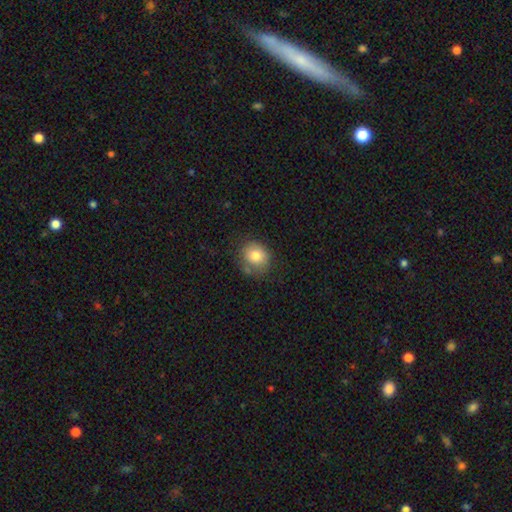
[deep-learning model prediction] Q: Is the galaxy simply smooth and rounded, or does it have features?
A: smooth — 79%.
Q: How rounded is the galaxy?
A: round — 72%.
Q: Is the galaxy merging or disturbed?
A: none — 67%.